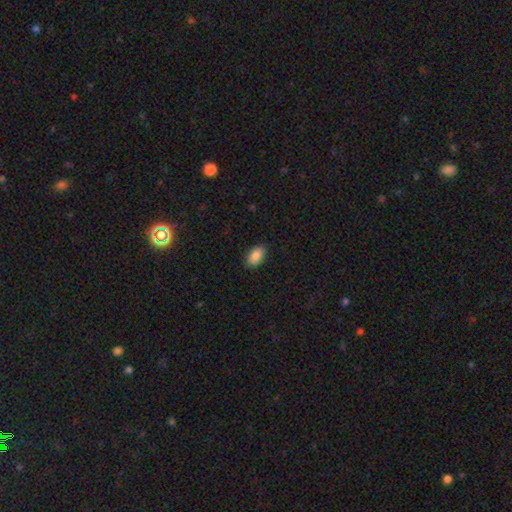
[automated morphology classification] smooth 89%, star or artifact 7%, featured or disk 4%. Down the decision tree: how rounded — in between (93%); merging — none (88%).